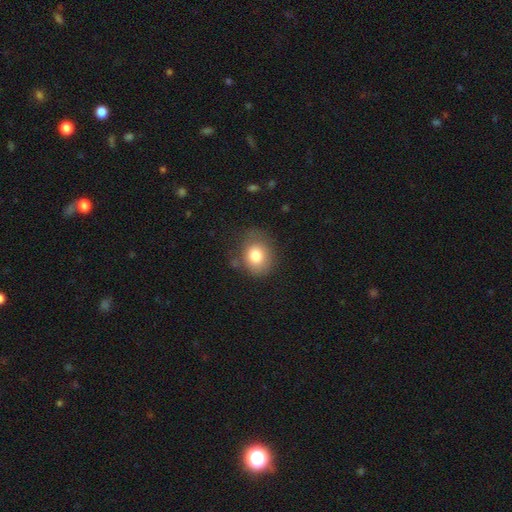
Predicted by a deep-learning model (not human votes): Smooth or featured: smooth — 79% (featured or disk — 12%)
How rounded: round — 58% (in between — 41%)
Merging: none — 65% (minor disturbance — 23%)